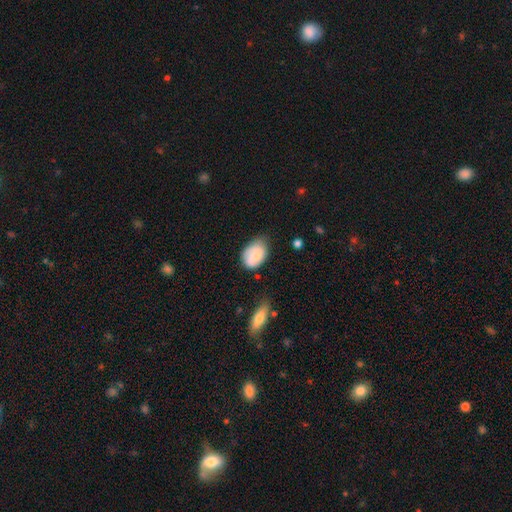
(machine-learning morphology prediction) The model was most divided on "merging": none: 55%, minor disturbance: 33%, major disturbance: 8%, merger: 4%. More confident: how rounded — in between (78%); smooth or featured — smooth (69%).